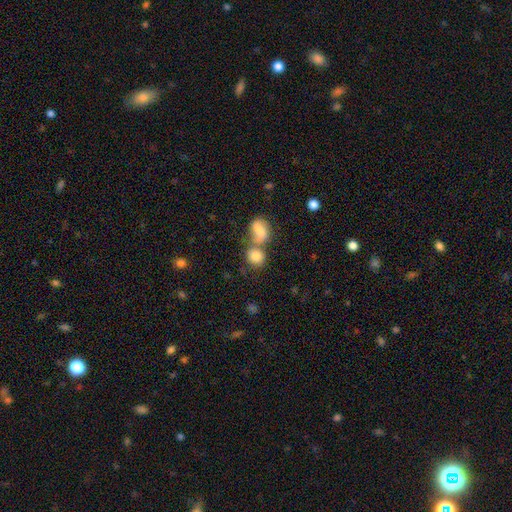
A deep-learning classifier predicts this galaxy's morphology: smooth-or-featured: smooth: 82% | star or artifact: 9% | featured or disk: 9%
  how-rounded: round: 66% | in between: 32% | cigar-shaped: 2%
  merging: merger: 52% | none: 36% | minor disturbance: 8% | major disturbance: 4%